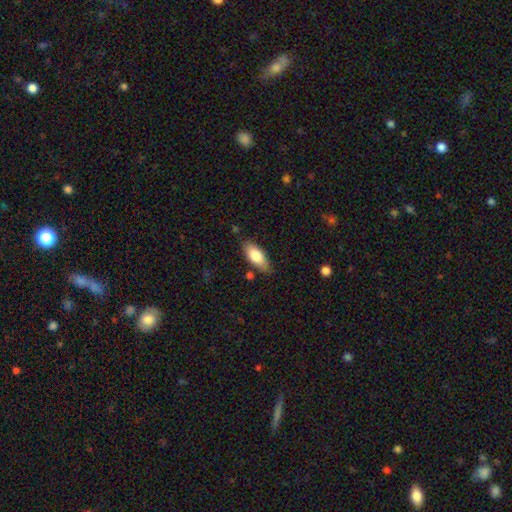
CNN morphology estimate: Smooth or featured: smooth — 77% (featured or disk — 17%)
How rounded: in between — 83% (cigar-shaped — 15%)
Merging: none — 80% (minor disturbance — 14%)